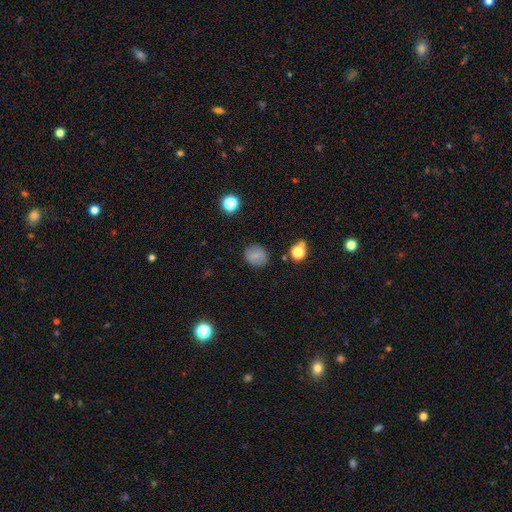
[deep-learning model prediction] smooth-or-featured: smooth: 78% | star or artifact: 11% | featured or disk: 11%
  how-rounded: round: 72% | in between: 27% | cigar-shaped: 1%
  merging: none: 86% | minor disturbance: 10% | major disturbance: 3% | merger: 2%